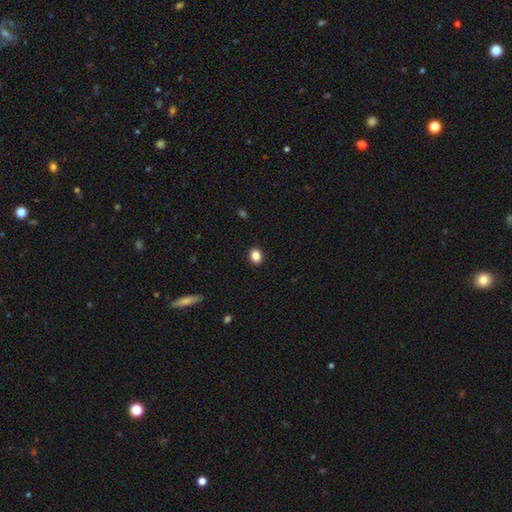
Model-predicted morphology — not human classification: Smooth or featured? Predicted: smooth (p=0.87). How rounded? Predicted: round (p=0.54). Merging? Predicted: none (p=0.91).